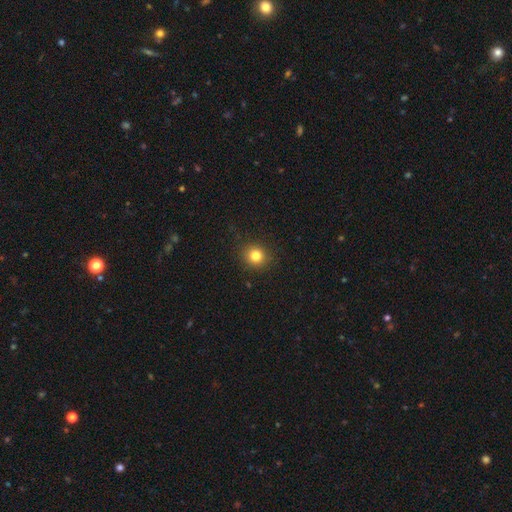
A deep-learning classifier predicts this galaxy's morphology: Smooth or featured? Predicted: smooth (p=0.81). How rounded? Predicted: round (p=0.88). Merging? Predicted: none (p=0.91).